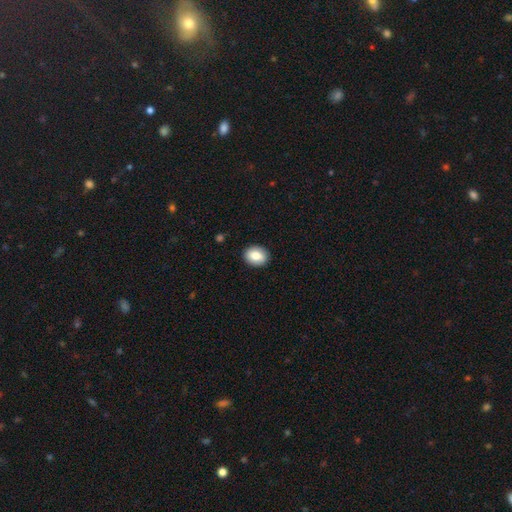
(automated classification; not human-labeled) Smooth or featured?
  - smooth: 82% *
  - featured or disk: 10%
  - star or artifact: 8%
How rounded?
  - in between: 55% *
  - round: 44%
  - cigar-shaped: 1%
Merging?
  - none: 90% *
  - minor disturbance: 7%
  - major disturbance: 2%
  - merger: 1%